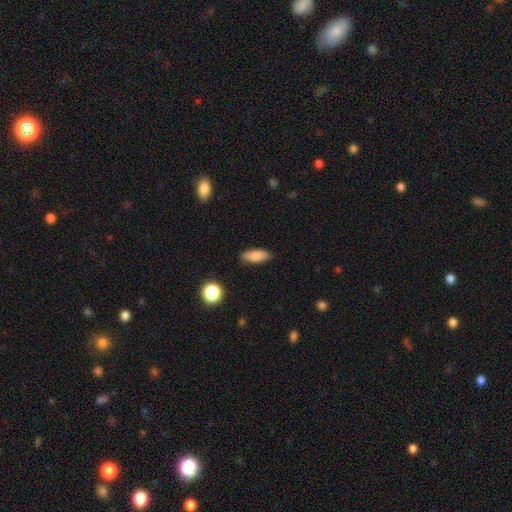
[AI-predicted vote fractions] Morphology: type=smooth (82%); roundness=in between (71%); merging=none (84%).